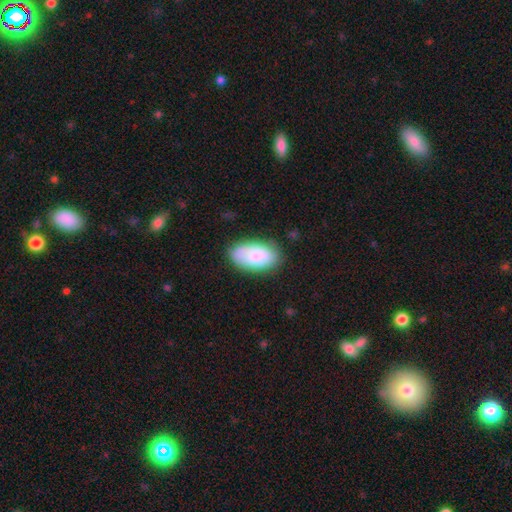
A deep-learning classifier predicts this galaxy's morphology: The model was most divided on "merging": none: 74%, minor disturbance: 19%, major disturbance: 5%, merger: 2%. More confident: how rounded — in between (94%); smooth or featured — smooth (79%).